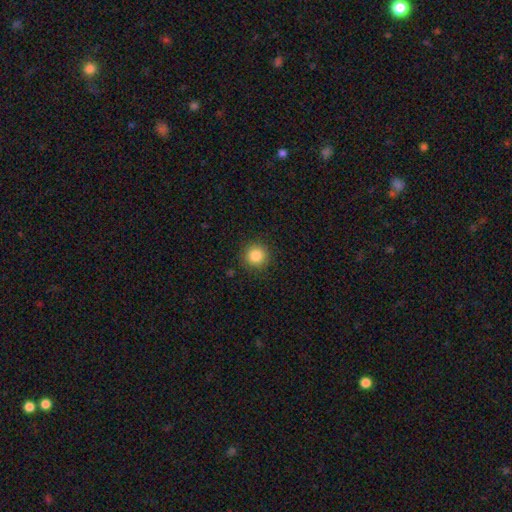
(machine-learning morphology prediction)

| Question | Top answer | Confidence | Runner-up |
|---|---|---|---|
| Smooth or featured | smooth | 85% | star or artifact (10%) |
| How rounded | round | 94% | in between (5%) |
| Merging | none | 90% | minor disturbance (7%) |